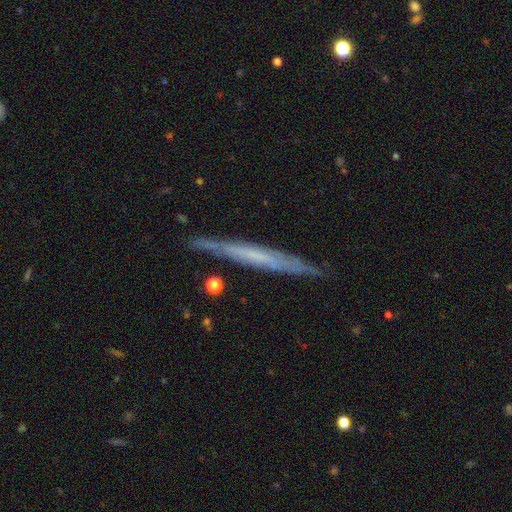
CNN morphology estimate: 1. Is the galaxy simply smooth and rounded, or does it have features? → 59% featured or disk, 35% smooth, 6% star or artifact.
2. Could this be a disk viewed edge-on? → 93% yes, 7% no.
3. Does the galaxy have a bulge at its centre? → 83% none, 10% rounded, 7% boxy.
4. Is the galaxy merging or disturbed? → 85% none, 12% minor disturbance, 2% major disturbance, 2% merger.